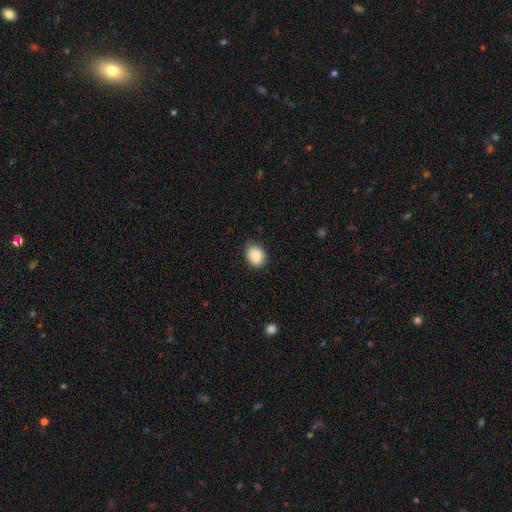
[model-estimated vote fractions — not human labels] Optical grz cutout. It shows a smooth galaxy with no disk features (87%) that is round (51%). Merging: none (82%).